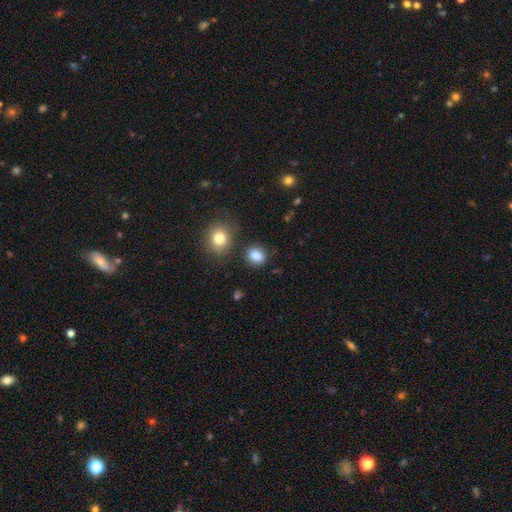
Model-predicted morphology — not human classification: This is clearly a smooth galaxy (85%). How rounded: possibly in between (54%). Merging: likely none (79%).